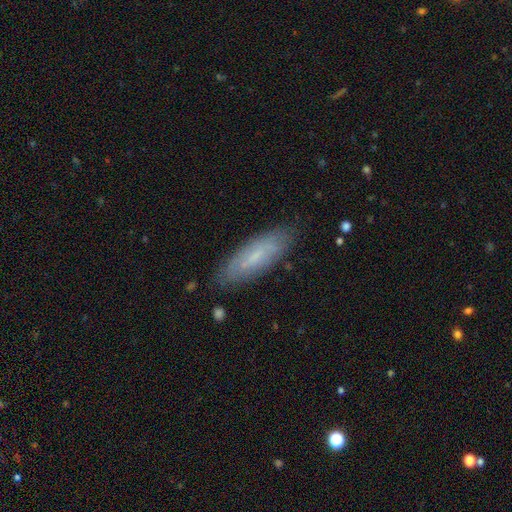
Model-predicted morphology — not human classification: Smooth or featured: smooth — 57% (featured or disk — 35%)
How rounded: cigar-shaped — 53% (in between — 46%)
Merging: none — 83% (minor disturbance — 13%)